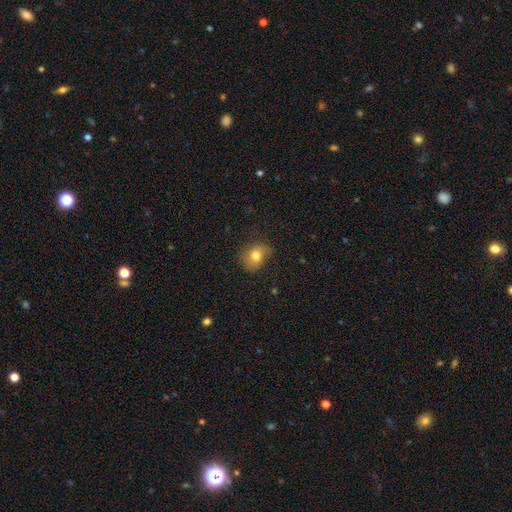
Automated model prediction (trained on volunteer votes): A smooth galaxy with no disk features (76%) that is round (51%).

Vote fractions:
- Smooth or featured? smooth: 76% / featured or disk: 14% / star or artifact: 10%
- How rounded? round: 51% / in between: 48% / cigar-shaped: 1%
- Merging? none: 68% / minor disturbance: 23% / major disturbance: 8% / merger: 1%